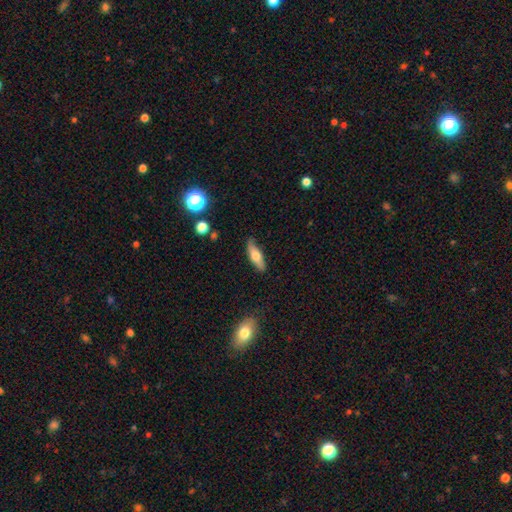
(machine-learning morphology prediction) Smooth or featured? Predicted: smooth (p=0.62). How rounded? Predicted: cigar-shaped (p=0.49). Merging? Predicted: none (p=0.81).